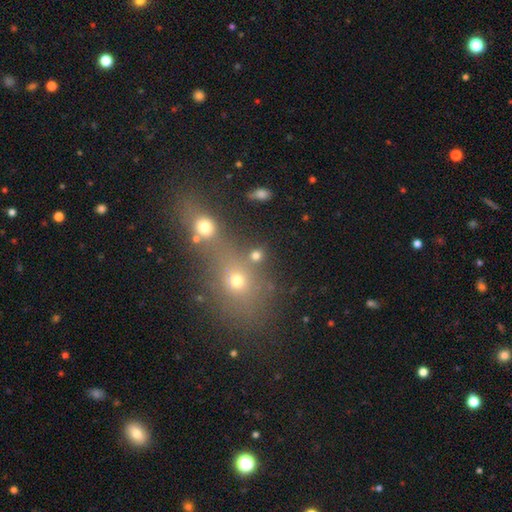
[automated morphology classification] This appears to be a smooth galaxy with no disk features (71%) that is round (78%). Merging: none (60%).